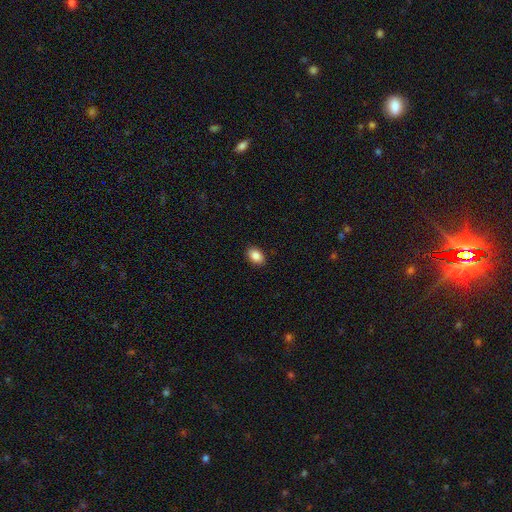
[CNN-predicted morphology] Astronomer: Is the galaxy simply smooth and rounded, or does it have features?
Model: smooth — 87%.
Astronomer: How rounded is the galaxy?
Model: in between — 81%.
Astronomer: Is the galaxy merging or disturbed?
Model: none — 90%.